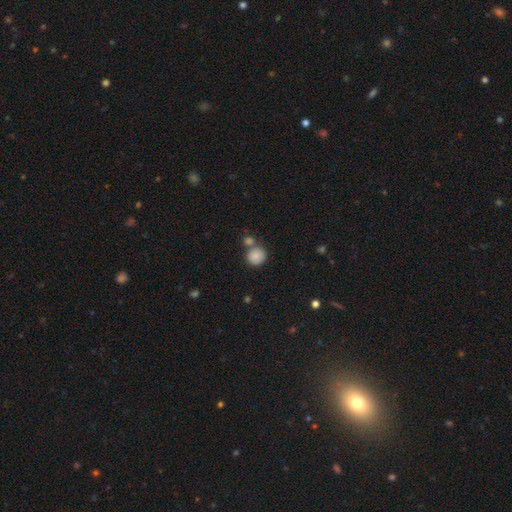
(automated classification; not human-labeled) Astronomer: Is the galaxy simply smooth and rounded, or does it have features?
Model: smooth — 83%.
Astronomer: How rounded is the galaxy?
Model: round — 89%.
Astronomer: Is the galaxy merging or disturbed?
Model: none — 61%.